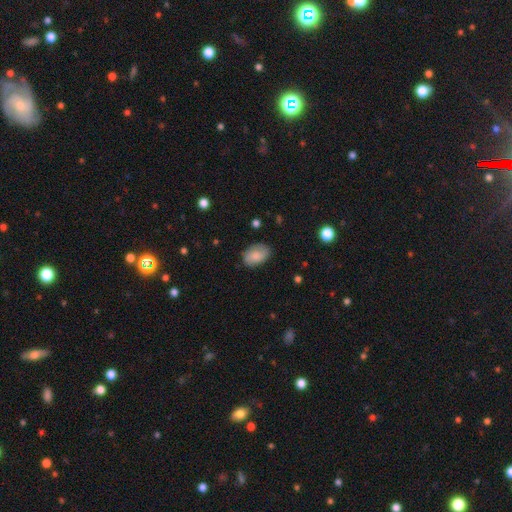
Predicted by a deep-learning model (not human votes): A smooth galaxy with no disk features (74%) that is in between round and cigar-shaped (86%). Merging: none (78%).